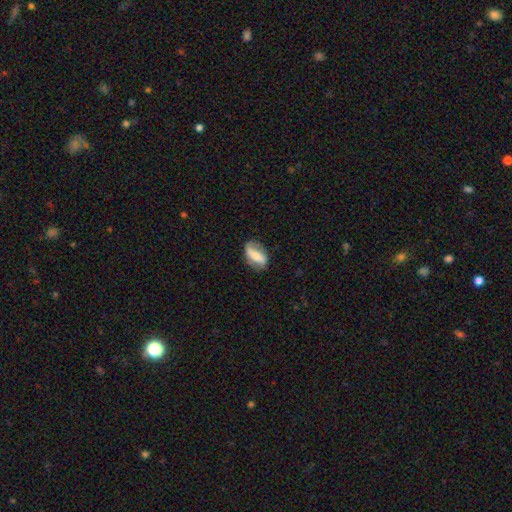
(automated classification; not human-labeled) Morphology: type=featured or disk (53%); edge-on=no (88%); merging=none (71%).